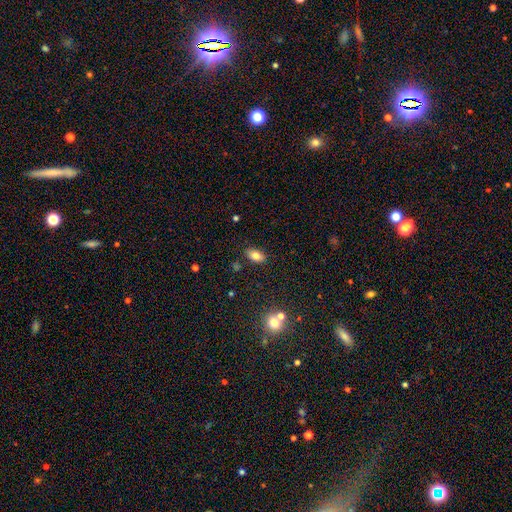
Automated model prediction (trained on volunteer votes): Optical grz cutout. It shows a smooth galaxy with no disk features (80%) that is in between round and cigar-shaped (90%). Merging: none (84%).